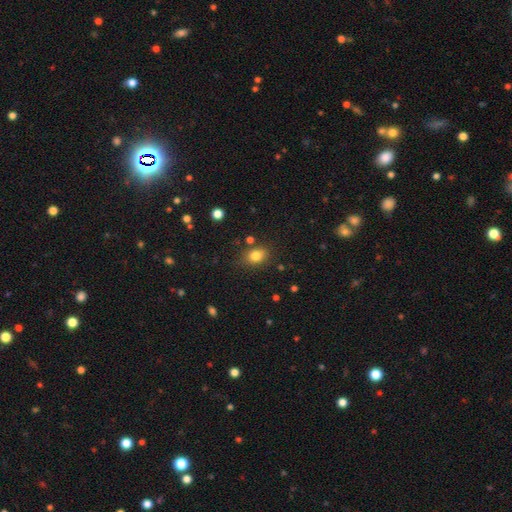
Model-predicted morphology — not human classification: This is clearly a smooth galaxy (81%). How rounded: likely in between (68%). Merging: likely none (79%).